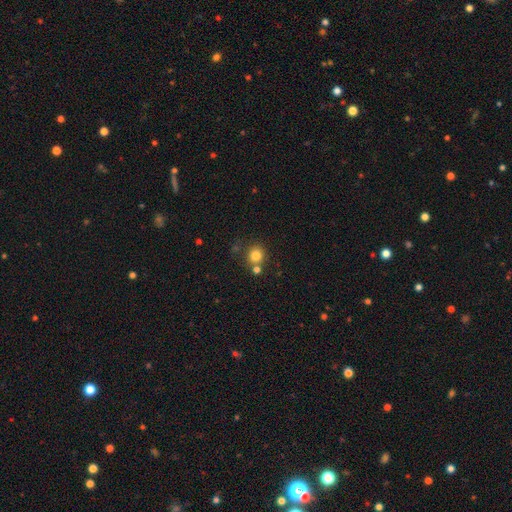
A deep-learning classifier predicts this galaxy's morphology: Smooth or featured: smooth — 80% (star or artifact — 13%)
How rounded: round — 89% (in between — 10%)
Merging: none — 70% (merger — 18%)